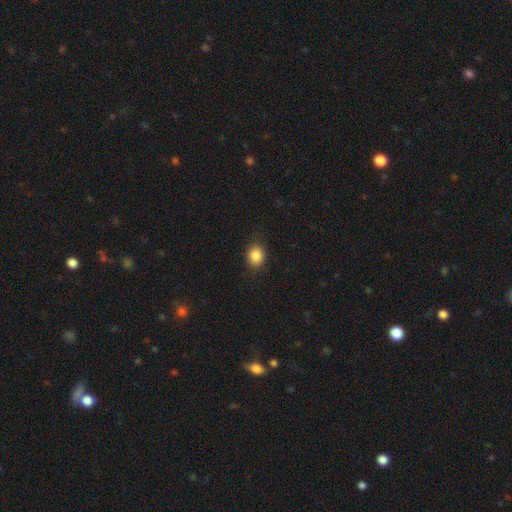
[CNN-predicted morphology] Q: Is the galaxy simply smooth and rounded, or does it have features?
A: smooth — 86%.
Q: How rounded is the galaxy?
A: round — 59%.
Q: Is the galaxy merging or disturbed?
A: none — 85%.